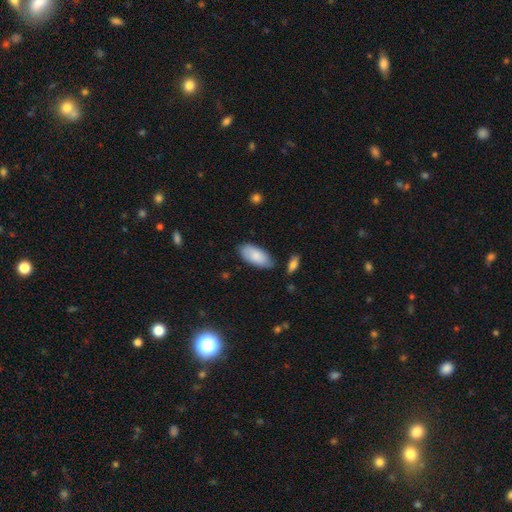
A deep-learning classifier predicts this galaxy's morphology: smooth 84%, featured or disk 10%, star or artifact 6%. Down the decision tree: how rounded — in between (92%); merging — none (77%).